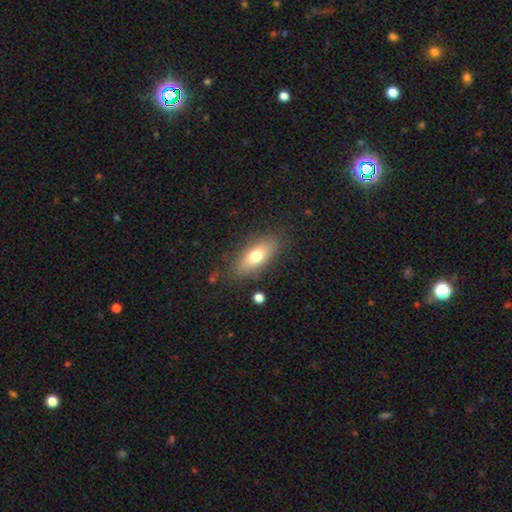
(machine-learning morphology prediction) Smooth or featured?
  - smooth: 69% *
  - featured or disk: 23%
  - star or artifact: 8%
How rounded?
  - in between: 76% *
  - cigar-shaped: 20%
  - round: 5%
Merging?
  - none: 81% *
  - minor disturbance: 12%
  - major disturbance: 4%
  - merger: 2%